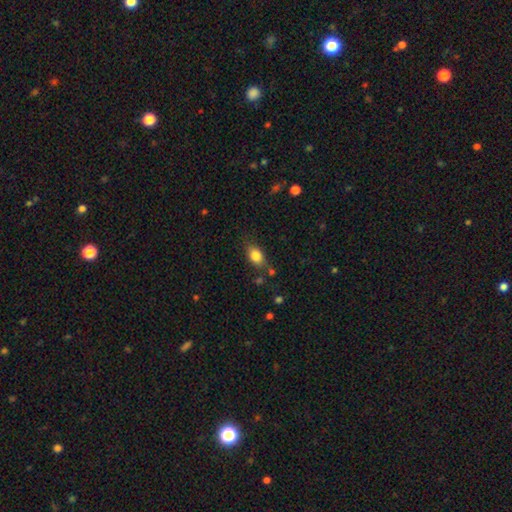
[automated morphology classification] Smooth or featured? Predicted: smooth (p=0.81). How rounded? Predicted: in between (p=0.75). Merging? Predicted: none (p=0.68).